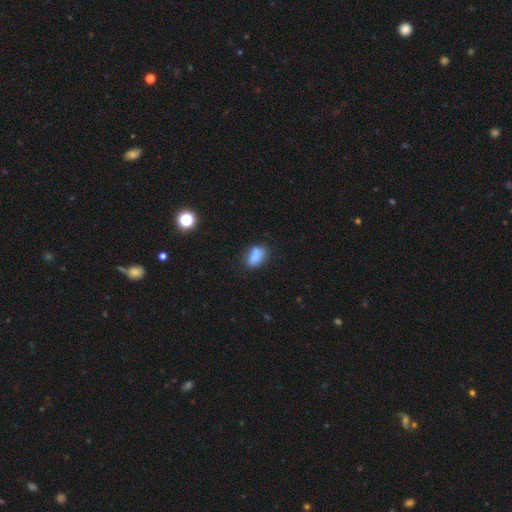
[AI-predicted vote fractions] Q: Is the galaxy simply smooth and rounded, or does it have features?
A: smooth — 84%.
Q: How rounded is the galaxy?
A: in between — 87%.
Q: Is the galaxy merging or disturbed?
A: none — 70%.